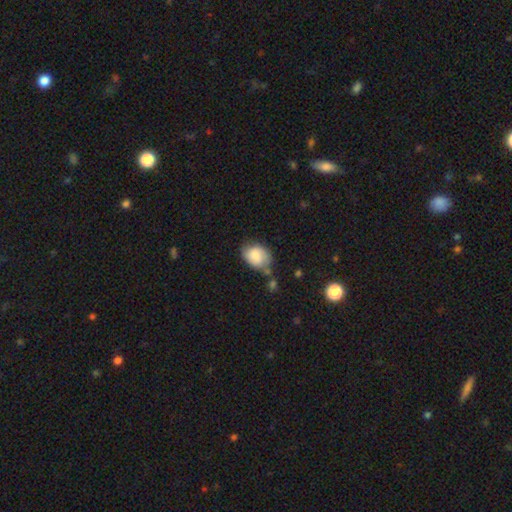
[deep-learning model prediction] Smooth or featured: smooth — 70% (featured or disk — 22%)
How rounded: in between — 66% (round — 33%)
Merging: none — 51% (minor disturbance — 31%)